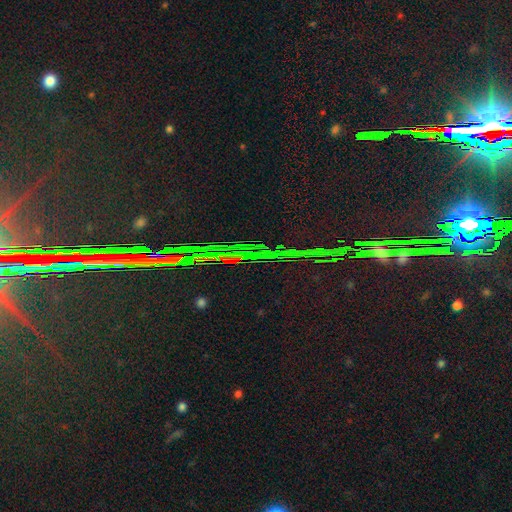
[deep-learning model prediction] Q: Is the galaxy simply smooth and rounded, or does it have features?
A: star or artifact — 85%.